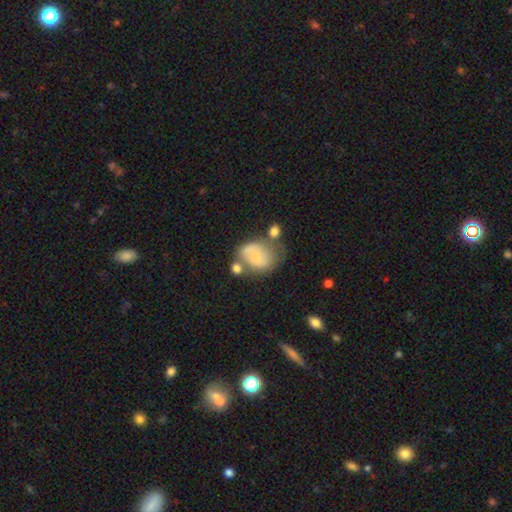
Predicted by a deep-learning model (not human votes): smooth 64%, featured or disk 27%, star or artifact 9%. Down the decision tree: how rounded — in between (63%); merging — none (33%).